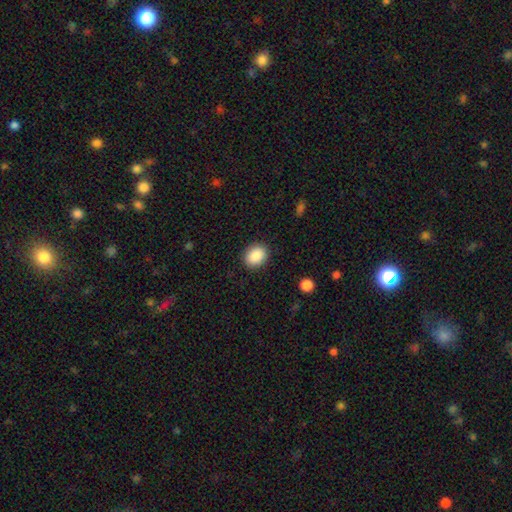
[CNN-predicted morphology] The model was most divided on "how rounded": in between: 54%, round: 45%, cigar-shaped: 1%. More confident: smooth or featured — smooth (89%); merging — none (89%).